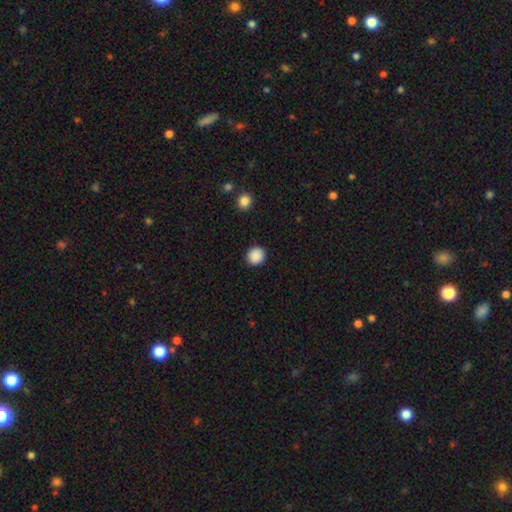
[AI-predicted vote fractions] This is clearly a smooth galaxy (89%). How rounded: clearly round (90%). Merging: clearly none (91%).